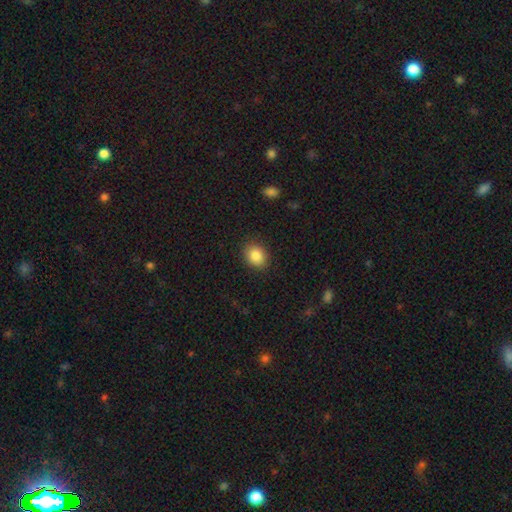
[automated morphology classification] smooth 87%, star or artifact 9%, featured or disk 5%. Down the decision tree: how rounded — in between (51%); merging — none (88%).